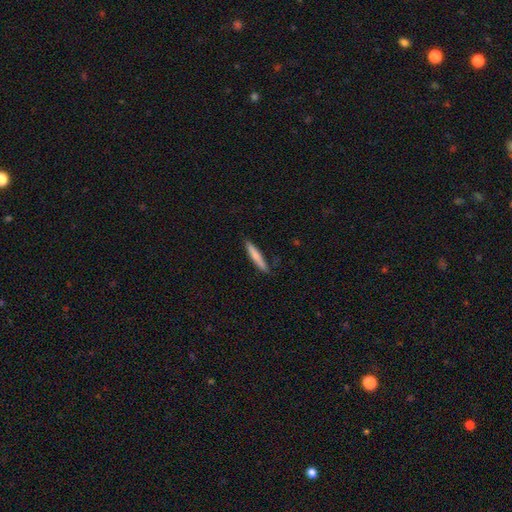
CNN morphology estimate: smooth_or_featured: smooth (p=0.76) [alt: featured or disk p=0.18]
how_rounded: cigar-shaped (p=0.93) [alt: in between p=0.06]
merging: none (p=0.85) [alt: minor disturbance p=0.12]